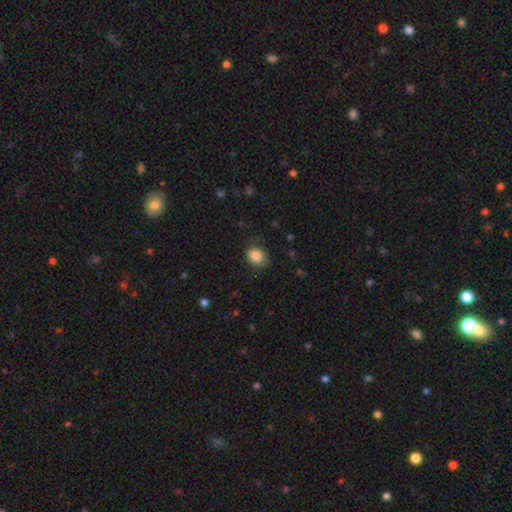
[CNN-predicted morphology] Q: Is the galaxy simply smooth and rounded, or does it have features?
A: smooth — 85%.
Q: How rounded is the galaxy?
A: round — 61%.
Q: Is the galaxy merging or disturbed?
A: none — 76%.